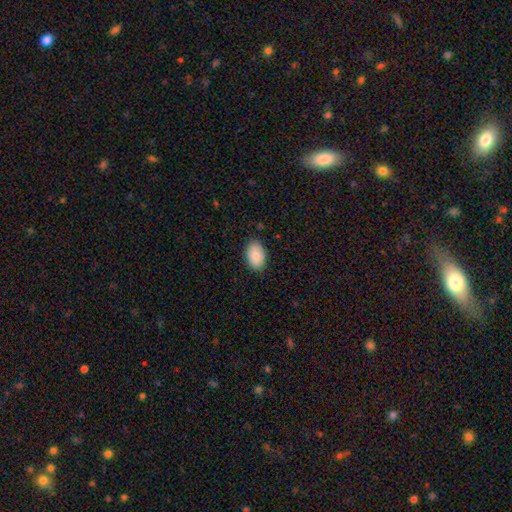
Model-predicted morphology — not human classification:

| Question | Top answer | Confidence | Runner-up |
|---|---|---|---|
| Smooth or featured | smooth | 89% | star or artifact (6%) |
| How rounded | in between | 92% | round (7%) |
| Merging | none | 86% | minor disturbance (10%) |